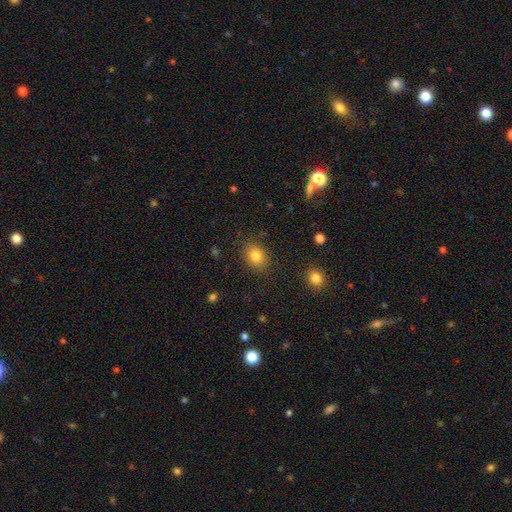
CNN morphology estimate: smooth_or_featured: smooth (p=0.82) [alt: star or artifact p=0.11]
how_rounded: round (p=0.52) [alt: in between p=0.47]
merging: none (p=0.85) [alt: minor disturbance p=0.10]